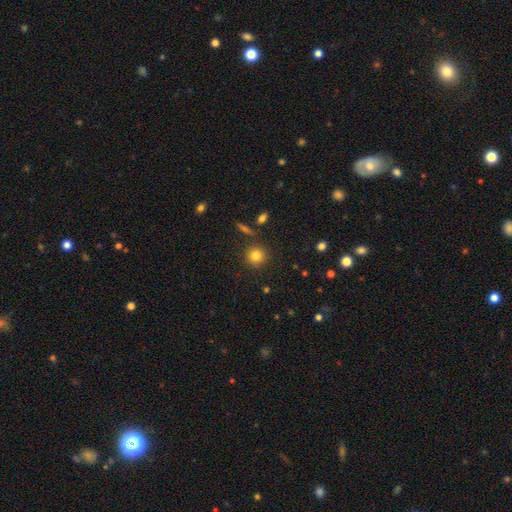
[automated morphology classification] Smooth or featured? smooth (81%)
How rounded? round (92%)
Merging? none (87%)